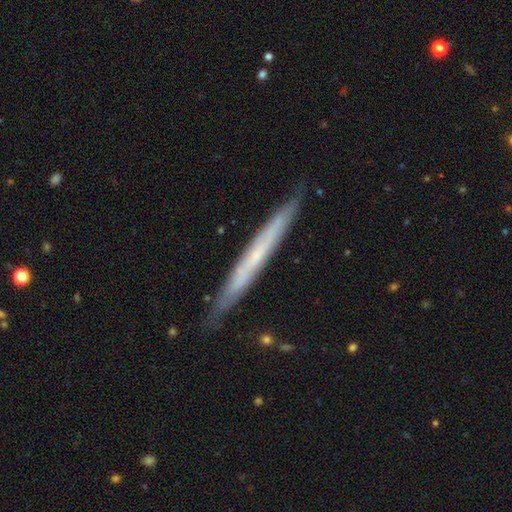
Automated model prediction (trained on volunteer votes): This is possibly a featured or disk galaxy (57%). It is clearly viewed edge-on (92%). Edge-on bulge: clearly none (81%). Merging: clearly none (86%).